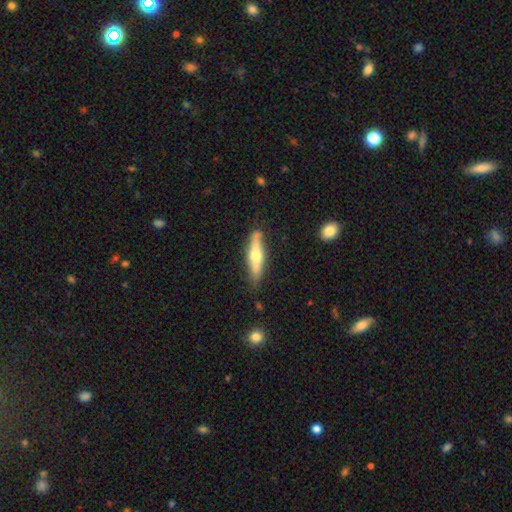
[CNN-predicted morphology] Q: Smooth or featured?
A: featured or disk (54%); runner-up: smooth (41%)
Q: Edge-on disk?
A: yes (91%); runner-up: no (9%)
Q: Merging?
A: none (79%); runner-up: minor disturbance (15%)